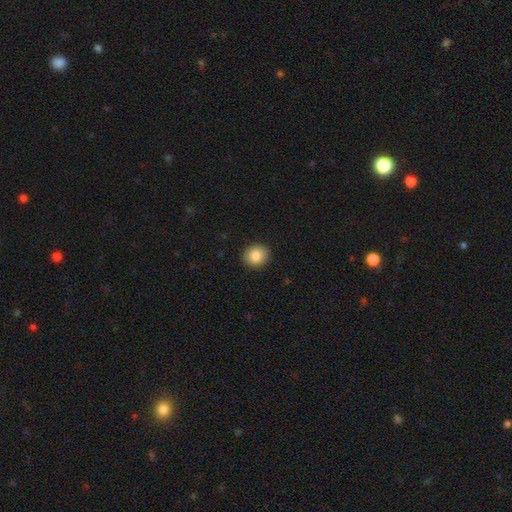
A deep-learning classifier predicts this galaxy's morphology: A smooth galaxy with no disk features (85%) that is round (78%). Merging: none (91%).